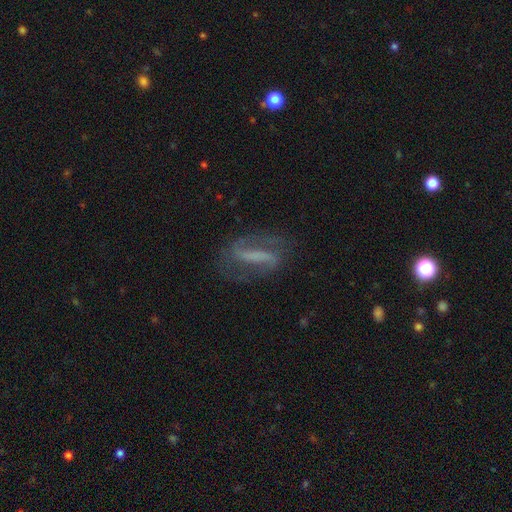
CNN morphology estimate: Smooth or featured? Predicted: featured or disk (p=0.75). Edge-on disk? Predicted: no (p=0.89). Bar? Predicted: strong (p=0.67). Spiral arms? Predicted: yes (p=0.84). Spiral winding? Predicted: loose (p=0.41). Spiral arm count? Predicted: 2 (p=0.85). Bulge size? Predicted: none (p=0.57). Merging? Predicted: none (p=0.72).